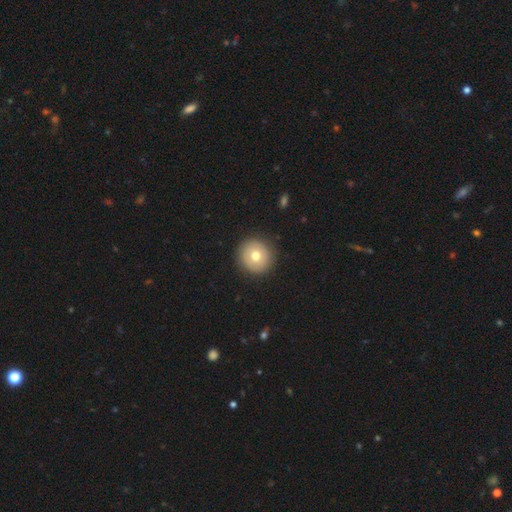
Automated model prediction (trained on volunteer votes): Smooth or featured: smooth — 70% (featured or disk — 20%)
How rounded: round — 94% (in between — 5%)
Merging: none — 91% (minor disturbance — 6%)